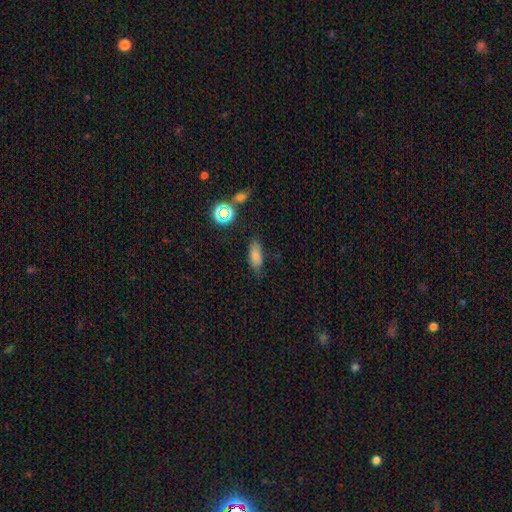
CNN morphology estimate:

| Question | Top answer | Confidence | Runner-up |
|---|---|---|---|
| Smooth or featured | smooth | 77% | star or artifact (13%) |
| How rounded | in between | 79% | cigar-shaped (16%) |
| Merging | none | 74% | minor disturbance (19%) |